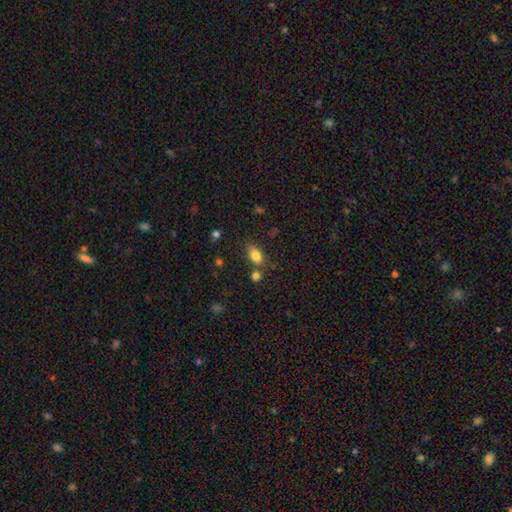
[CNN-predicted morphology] The model was most divided on "merging": none: 65%, merger: 16%, minor disturbance: 14%, major disturbance: 4%. More confident: how rounded — in between (85%); smooth or featured — smooth (82%).